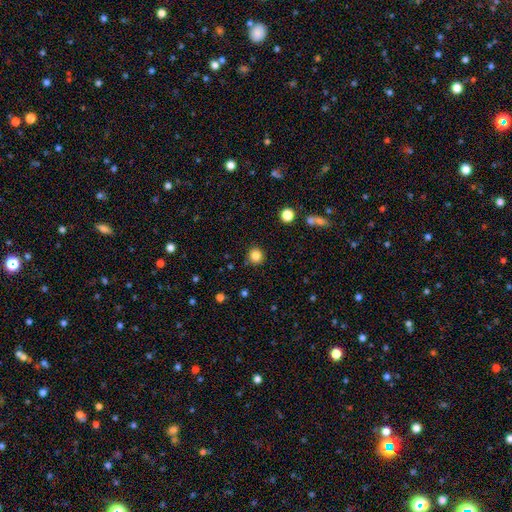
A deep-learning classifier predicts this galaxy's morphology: This appears to be a smooth galaxy with no disk features (84%) that is round (93%). Merging: none (90%).